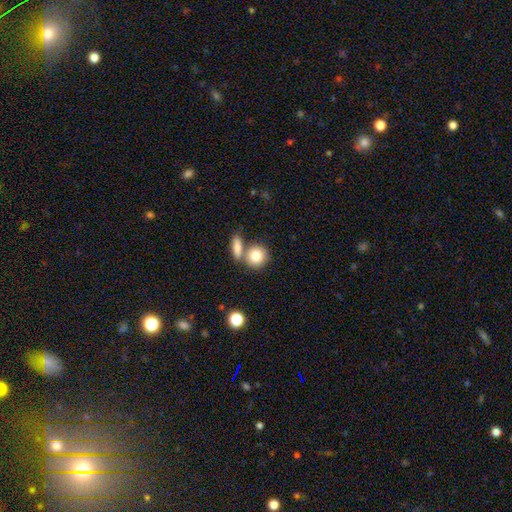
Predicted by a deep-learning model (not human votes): Smooth or featured: smooth — 82% (featured or disk — 10%)
How rounded: round — 77% (in between — 21%)
Merging: none — 53% (merger — 34%)